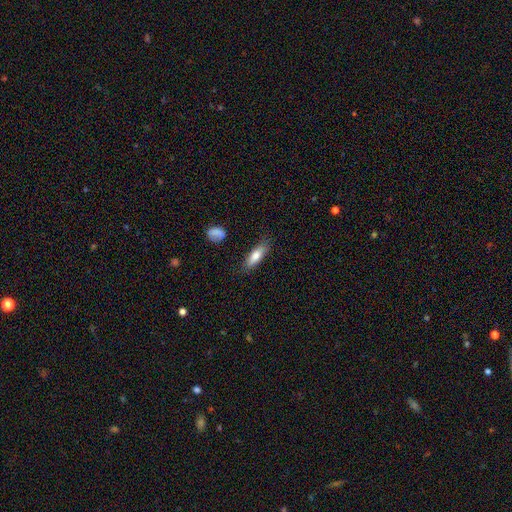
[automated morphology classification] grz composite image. It shows a smooth galaxy with no disk features (77%) that is in between round and cigar-shaped (55%). Merging: none (81%).